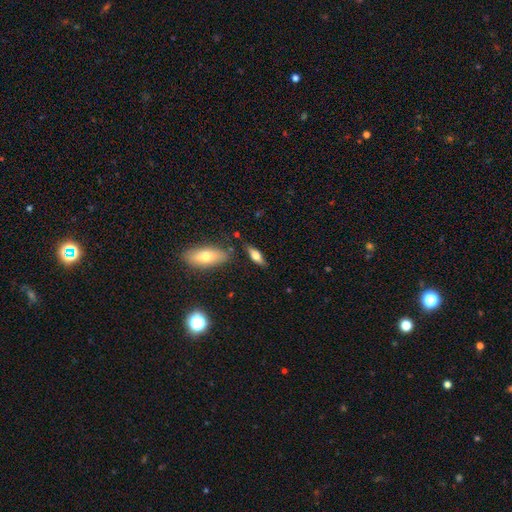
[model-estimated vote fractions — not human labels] This appears to be a smooth galaxy with no disk features (62%) that is in between round and cigar-shaped (63%). Merging: none (77%).